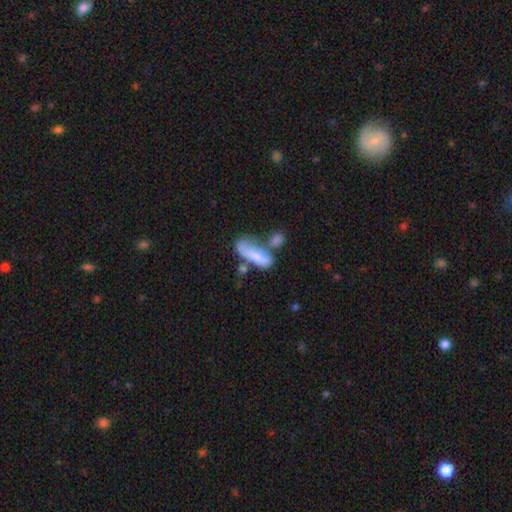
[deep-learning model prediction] A smooth galaxy with no disk features (63%) that is in between round and cigar-shaped (60%).

Vote fractions:
- Smooth or featured? smooth: 63% / featured or disk: 29% / star or artifact: 7%
- How rounded? in between: 60% / cigar-shaped: 37% / round: 3%
- Merging? merger: 35% / none: 28% / minor disturbance: 19% / major disturbance: 18%